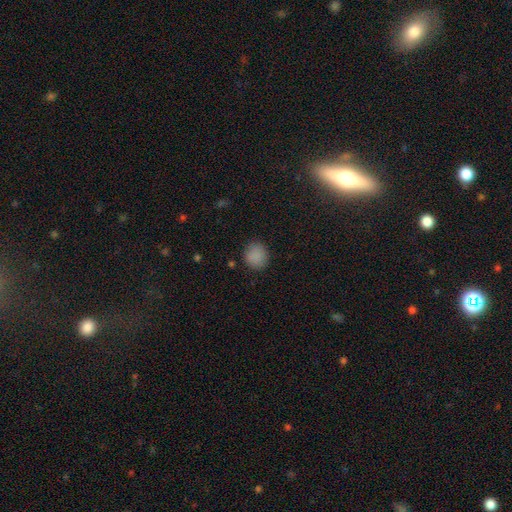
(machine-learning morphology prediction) Overall: smooth (87%). How rounded: round (85%). Merging: none (87%).